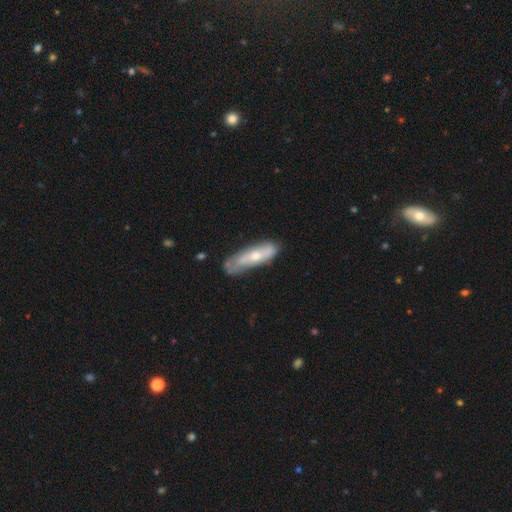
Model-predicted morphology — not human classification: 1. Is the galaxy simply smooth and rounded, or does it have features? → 55% featured or disk, 39% smooth, 6% star or artifact.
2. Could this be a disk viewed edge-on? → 72% no, 28% yes.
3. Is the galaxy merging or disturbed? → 55% none, 30% minor disturbance, 11% major disturbance, 4% merger.